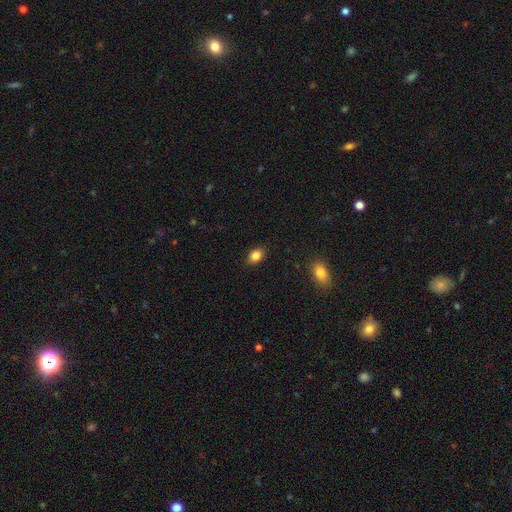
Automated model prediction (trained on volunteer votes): The model was most divided on "how rounded": in between: 77%, round: 22%, cigar-shaped: 1%. More confident: merging — none (87%); smooth or featured — smooth (84%).